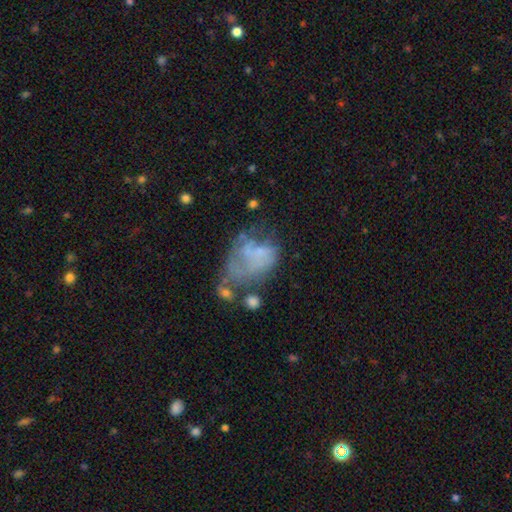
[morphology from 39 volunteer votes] smooth-or-featured: smooth: 56% | featured or disk: 36% | star or artifact: 8%
  how-rounded: in between: 68% | round: 32% | cigar-shaped: 0%
  merging: major disturbance: 44% | none: 28% | minor disturbance: 19% | merger: 8%